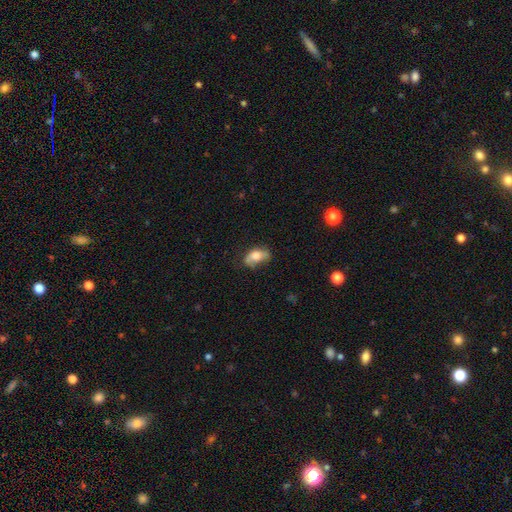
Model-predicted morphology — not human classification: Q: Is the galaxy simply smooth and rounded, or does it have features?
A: smooth — 71%.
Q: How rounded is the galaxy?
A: in between — 88%.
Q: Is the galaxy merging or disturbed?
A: none — 45%.